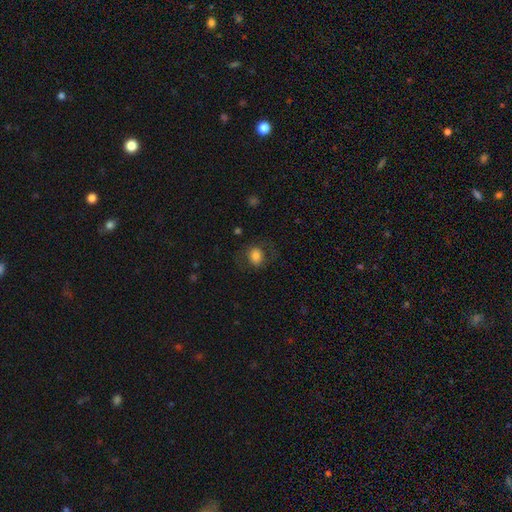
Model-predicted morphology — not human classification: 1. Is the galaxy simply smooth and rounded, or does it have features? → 73% smooth, 17% featured or disk, 10% star or artifact.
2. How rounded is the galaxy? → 58% round, 41% in between, 1% cigar-shaped.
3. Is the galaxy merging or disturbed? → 73% none, 15% minor disturbance, 11% major disturbance, 1% merger.